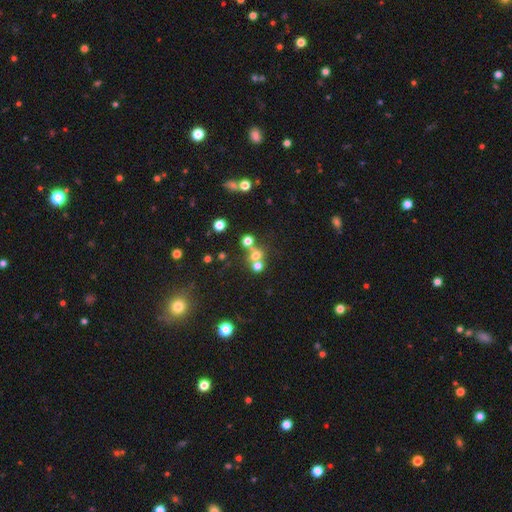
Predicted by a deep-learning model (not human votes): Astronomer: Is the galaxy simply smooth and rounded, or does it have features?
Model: smooth — 59%.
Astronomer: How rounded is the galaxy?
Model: round — 80%.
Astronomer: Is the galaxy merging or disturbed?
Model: none — 44% (runner-up: merger, 43%).